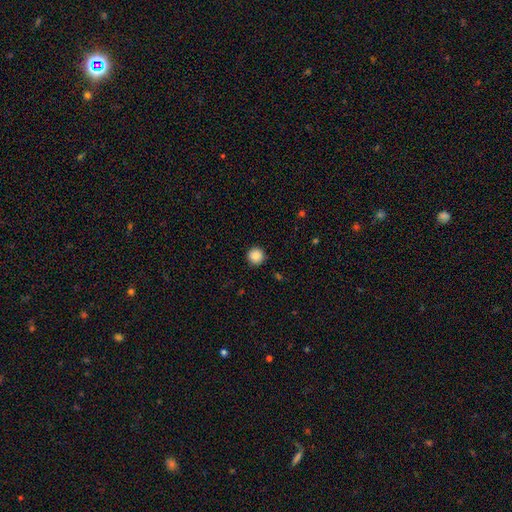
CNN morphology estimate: Smooth or featured?
  - smooth: 88% *
  - star or artifact: 9%
  - featured or disk: 3%
How rounded?
  - round: 96% *
  - in between: 3%
  - cigar-shaped: 1%
Merging?
  - none: 92% *
  - minor disturbance: 6%
  - major disturbance: 2%
  - merger: 1%